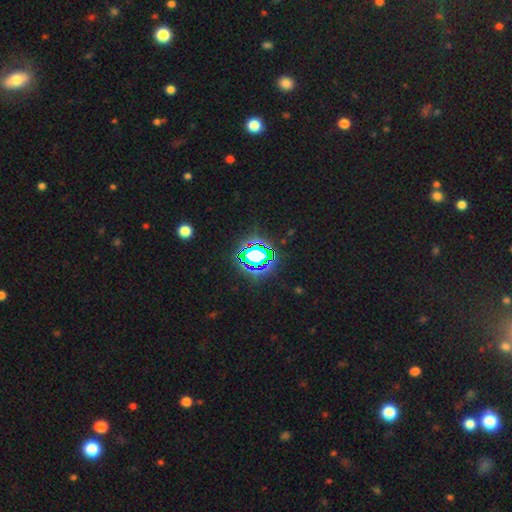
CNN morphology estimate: A star or artifact, not a galaxy (75%).